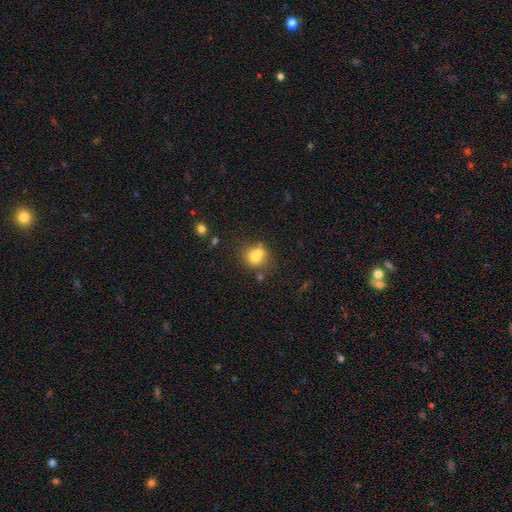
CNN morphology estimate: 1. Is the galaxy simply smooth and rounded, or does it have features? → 72% smooth, 16% featured or disk, 12% star or artifact.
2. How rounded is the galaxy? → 73% round, 26% in between, 1% cigar-shaped.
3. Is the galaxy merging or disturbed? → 43% none, 39% merger, 13% minor disturbance, 5% major disturbance.